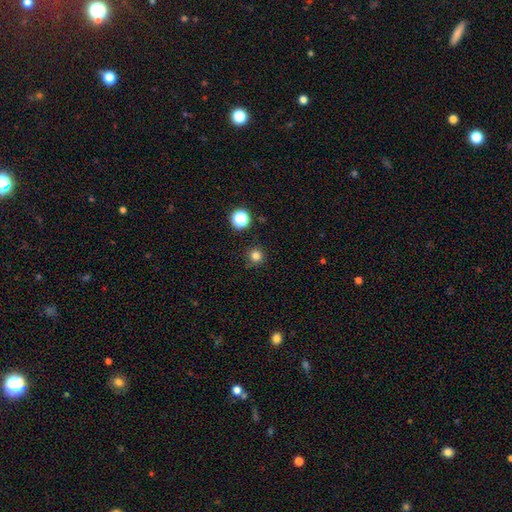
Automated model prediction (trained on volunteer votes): Morphology: type=smooth (81%); roundness=round (95%); merging=none (88%).